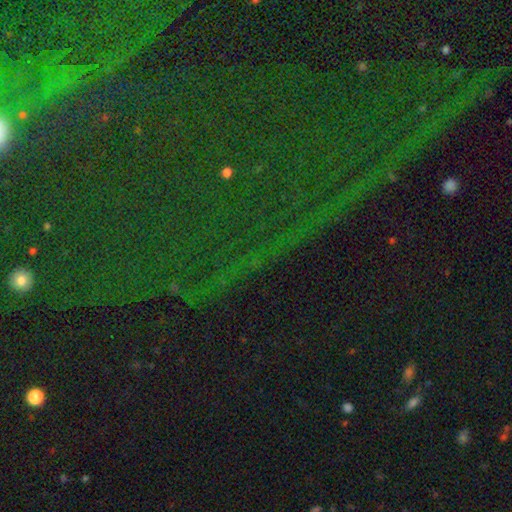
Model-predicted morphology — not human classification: The model was most divided on "smooth or featured": star or artifact: 85%, featured or disk: 8%, smooth: 7%.